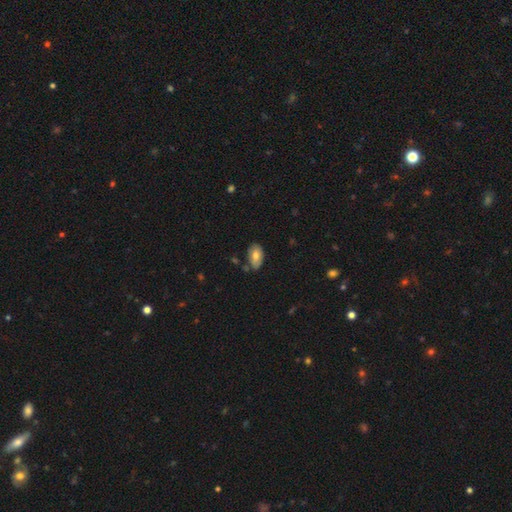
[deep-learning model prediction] Smooth or featured: smooth — 68% (featured or disk — 26%)
How rounded: in between — 93% (round — 6%)
Merging: none — 72% (minor disturbance — 20%)